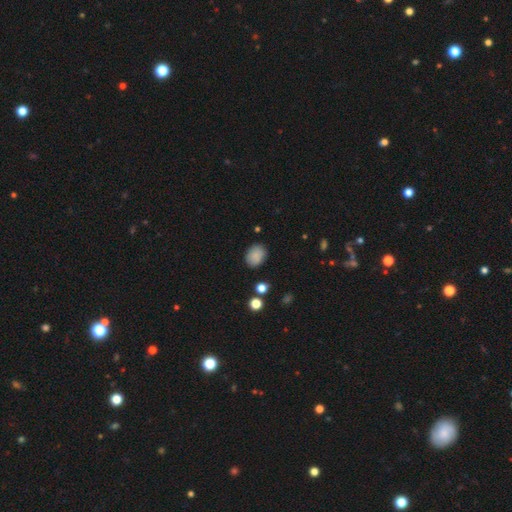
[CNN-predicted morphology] This is clearly a smooth galaxy (86%). How rounded: likely in between (63%). Merging: clearly none (83%).